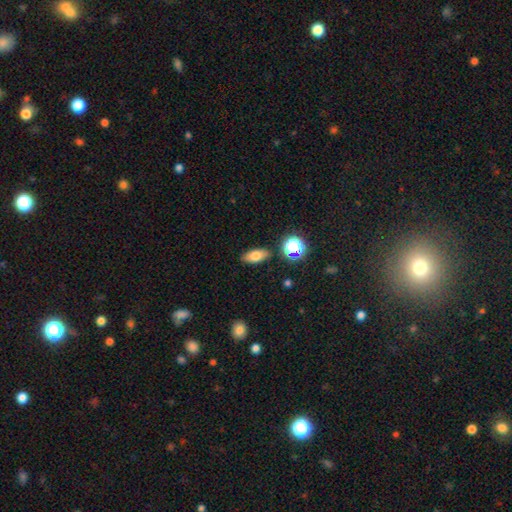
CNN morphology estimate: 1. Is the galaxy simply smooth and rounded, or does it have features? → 73% smooth, 15% featured or disk, 13% star or artifact.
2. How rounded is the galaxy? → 81% in between, 11% cigar-shaped, 8% round.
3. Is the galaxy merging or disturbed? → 85% none, 10% minor disturbance, 3% merger, 3% major disturbance.